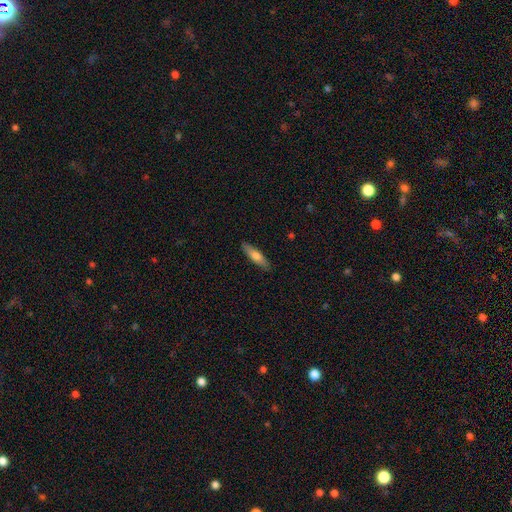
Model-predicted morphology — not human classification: Smooth or featured: smooth — 64% (featured or disk — 30%)
How rounded: cigar-shaped — 70% (in between — 28%)
Merging: none — 88% (minor disturbance — 9%)